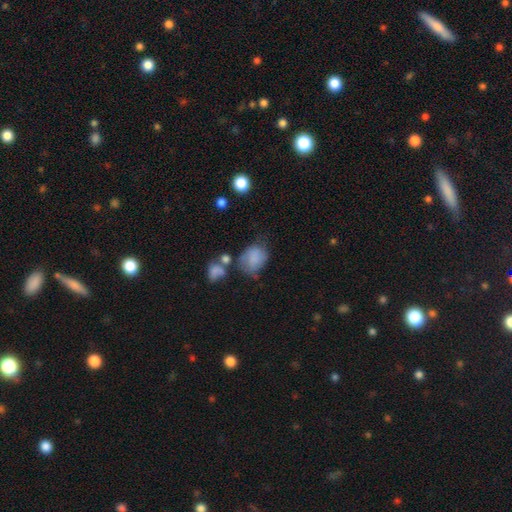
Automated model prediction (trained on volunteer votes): smooth_or_featured: smooth (p=0.74) [alt: featured or disk p=0.17]
how_rounded: in between (p=0.55) [alt: round p=0.43]
merging: none (p=0.41) [alt: minor disturbance p=0.29]